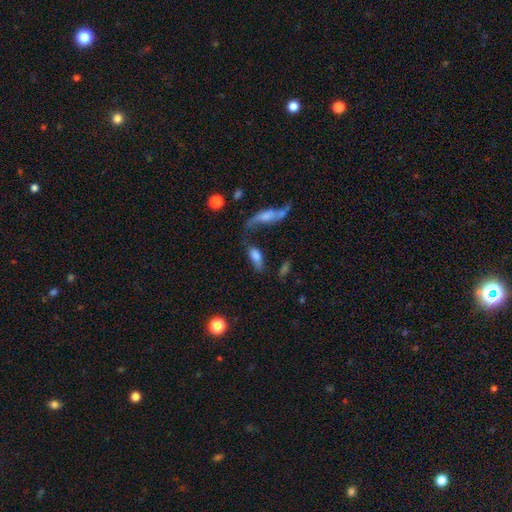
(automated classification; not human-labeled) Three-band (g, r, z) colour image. It shows a smooth galaxy with no disk features (63%) that is in between round and cigar-shaped (76%). Merging: none (38%).